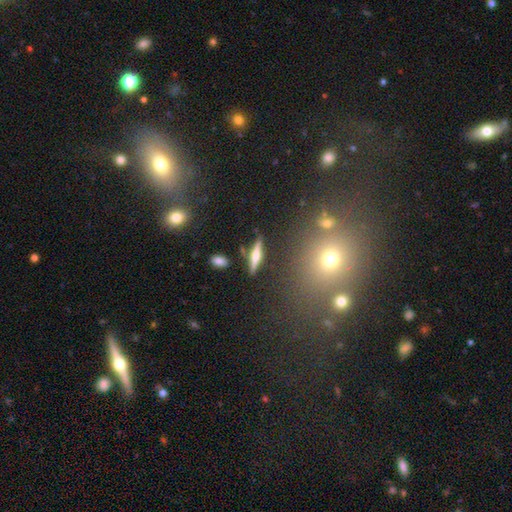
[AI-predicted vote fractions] This is likely a featured or disk galaxy (61%). It is clearly viewed edge-on (95%). Edge-on bulge: clearly rounded (83%). Merging: clearly none (83%).